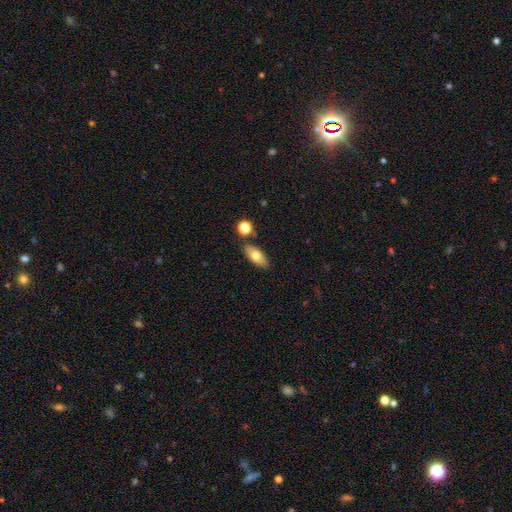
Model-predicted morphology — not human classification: A smooth galaxy with no disk features (70%) that is in between round and cigar-shaped (83%). Merging: none (81%).